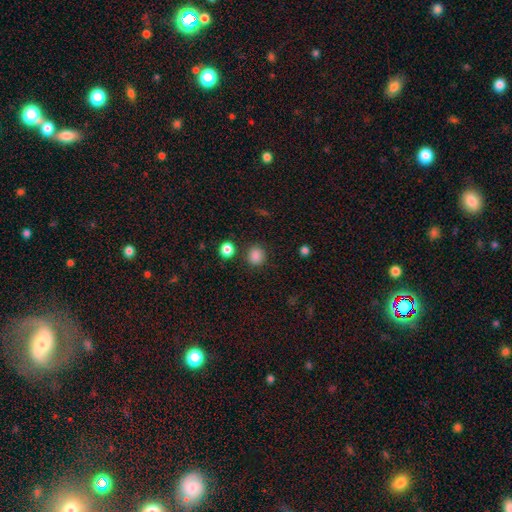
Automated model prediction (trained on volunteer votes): The model was most divided on "how rounded": round: 86%, in between: 13%, cigar-shaped: 1%. More confident: smooth or featured — smooth (86%); merging — none (86%).